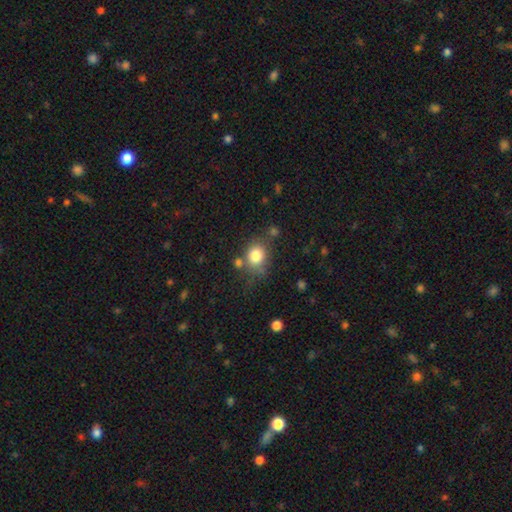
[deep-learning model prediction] Overall: smooth (81%). How rounded: round (69%; in between 30%). Merging: none (65%).